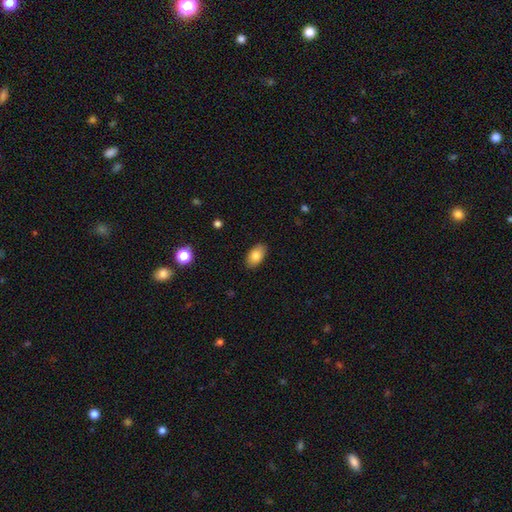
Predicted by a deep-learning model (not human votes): This appears to be a smooth galaxy with no disk features (82%) that is in between round and cigar-shaped (92%). Merging: none (88%).